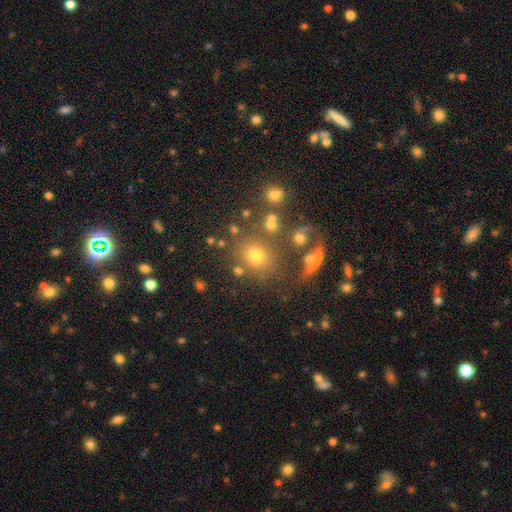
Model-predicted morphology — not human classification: smooth-or-featured: smooth: 64% | star or artifact: 21% | featured or disk: 14%
  how-rounded: round: 72% | in between: 26% | cigar-shaped: 2%
  merging: none: 70% | merger: 12% | minor disturbance: 12% | major disturbance: 7%